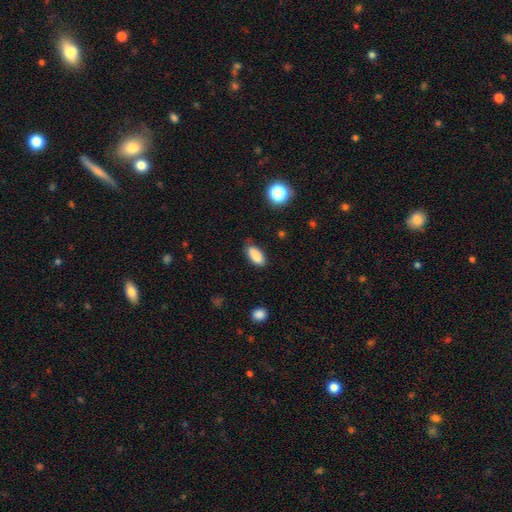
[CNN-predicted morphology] This appears to be a smooth galaxy with no disk features (87%) that is in between round and cigar-shaped (85%). Merging: none (79%).